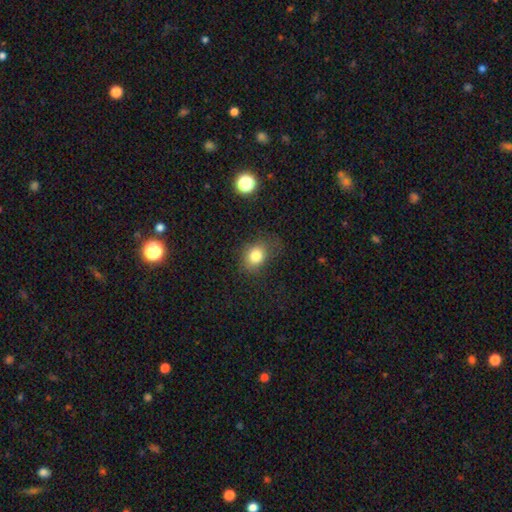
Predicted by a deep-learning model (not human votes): A smooth galaxy with no disk features (80%) that is in between round and cigar-shaped (53%).

Vote fractions:
- Smooth or featured? smooth: 80% / star or artifact: 12% / featured or disk: 8%
- How rounded? in between: 53% / round: 46% / cigar-shaped: 1%
- Merging? none: 69% / minor disturbance: 20% / major disturbance: 9% / merger: 2%